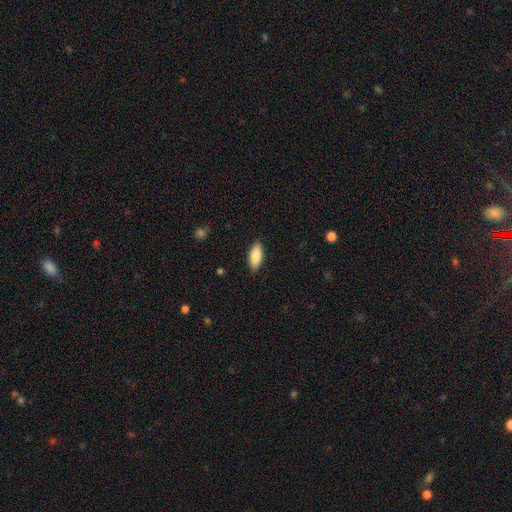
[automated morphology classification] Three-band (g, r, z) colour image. It shows a smooth galaxy with no disk features (87%) that is in between round and cigar-shaped (85%). Merging: none (87%).